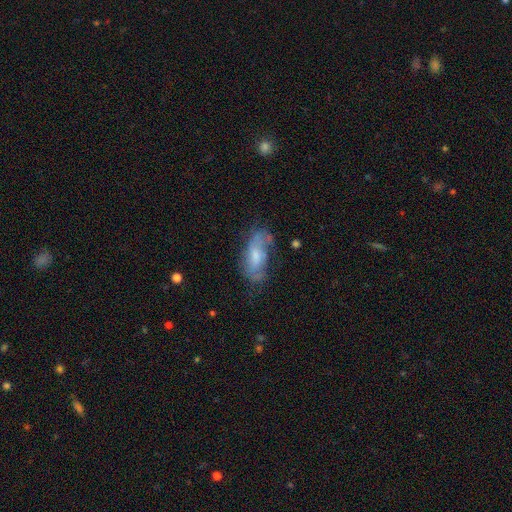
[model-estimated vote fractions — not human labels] A featured or disk galaxy (52%). Merging: none (51%).